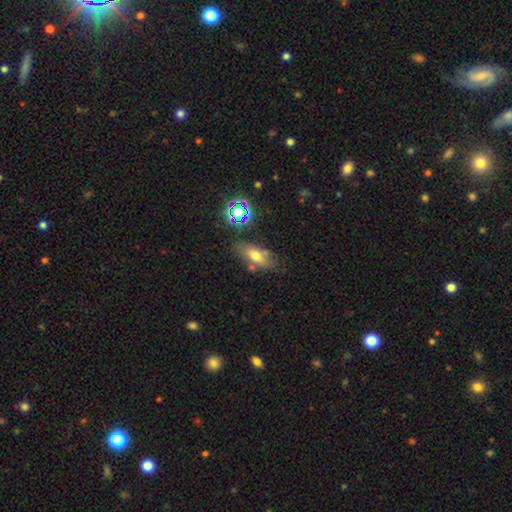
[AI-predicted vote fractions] Smooth or featured? Predicted: smooth (p=0.58). How rounded? Predicted: in between (p=0.75). Merging? Predicted: none (p=0.68).